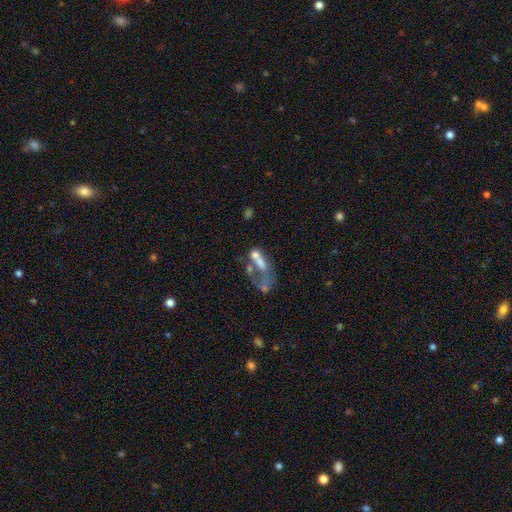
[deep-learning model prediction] This is possibly a featured or disk galaxy (47%). Merging: possibly merger (47%).